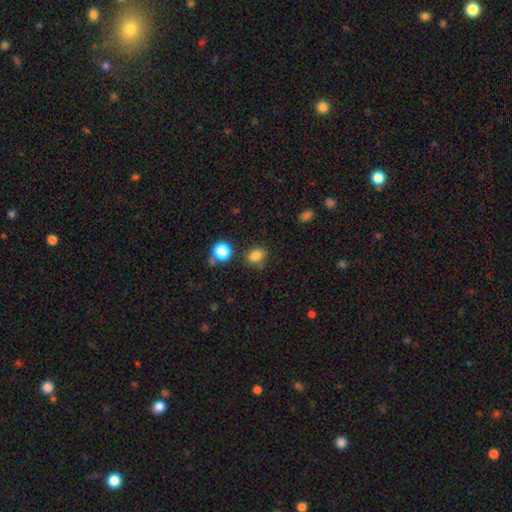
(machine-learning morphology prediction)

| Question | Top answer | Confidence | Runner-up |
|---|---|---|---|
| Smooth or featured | smooth | 81% | star or artifact (13%) |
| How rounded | in between | 51% | round (48%) |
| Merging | none | 75% | minor disturbance (15%) |